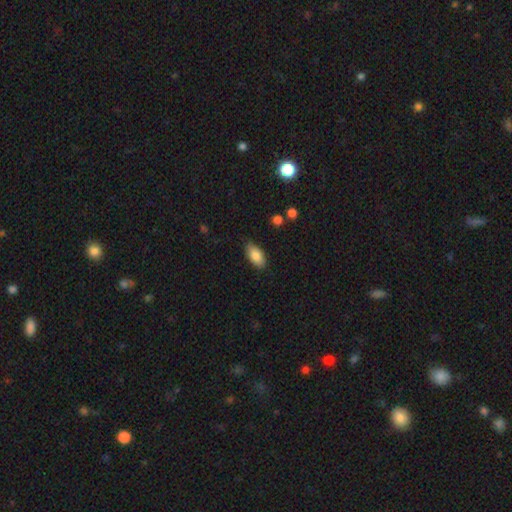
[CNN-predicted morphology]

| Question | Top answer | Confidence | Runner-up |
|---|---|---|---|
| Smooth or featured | smooth | 85% | featured or disk (8%) |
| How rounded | in between | 92% | cigar-shaped (4%) |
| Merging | none | 82% | minor disturbance (14%) |